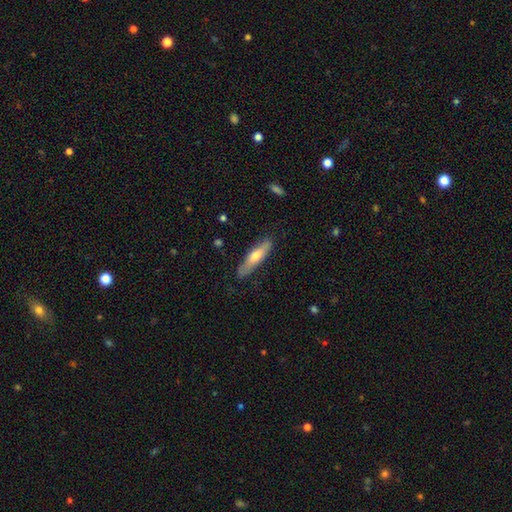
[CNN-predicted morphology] Smooth or featured: smooth — 55% (featured or disk — 39%)
How rounded: cigar-shaped — 78% (in between — 20%)
Merging: none — 82% (minor disturbance — 14%)